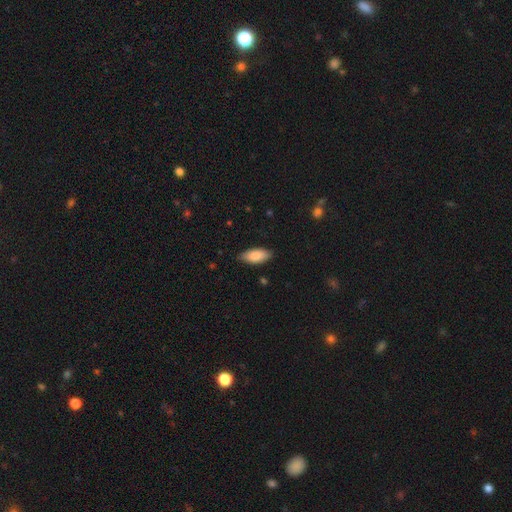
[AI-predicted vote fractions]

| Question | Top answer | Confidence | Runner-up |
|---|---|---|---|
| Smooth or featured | smooth | 83% | featured or disk (11%) |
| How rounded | in between | 87% | cigar-shaped (11%) |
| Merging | none | 83% | minor disturbance (14%) |